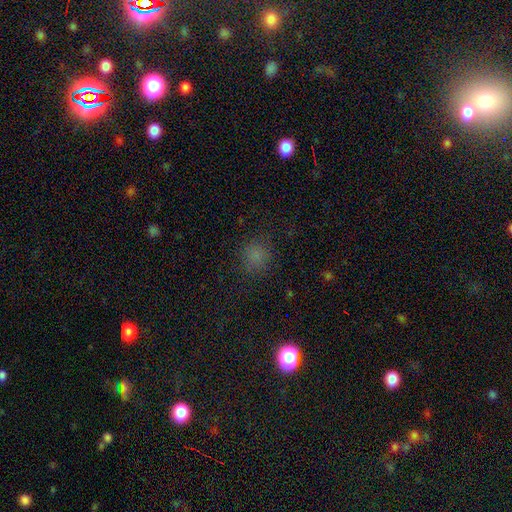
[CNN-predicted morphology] Smooth or featured: smooth — 75% (star or artifact — 20%)
How rounded: round — 83% (in between — 16%)
Merging: none — 82% (minor disturbance — 12%)